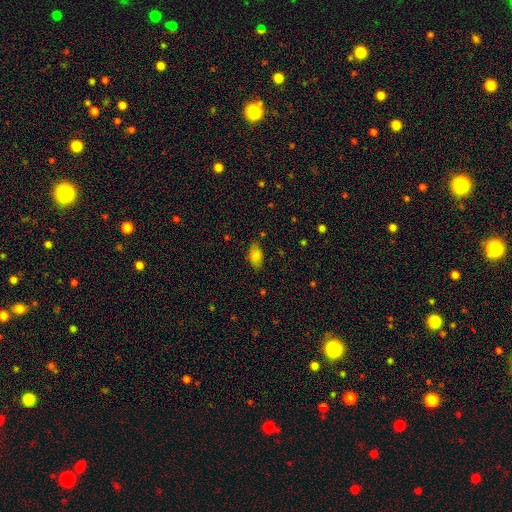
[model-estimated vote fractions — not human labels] Smooth or featured: smooth — 82% (star or artifact — 10%)
How rounded: in between — 90% (round — 5%)
Merging: none — 77% (minor disturbance — 17%)